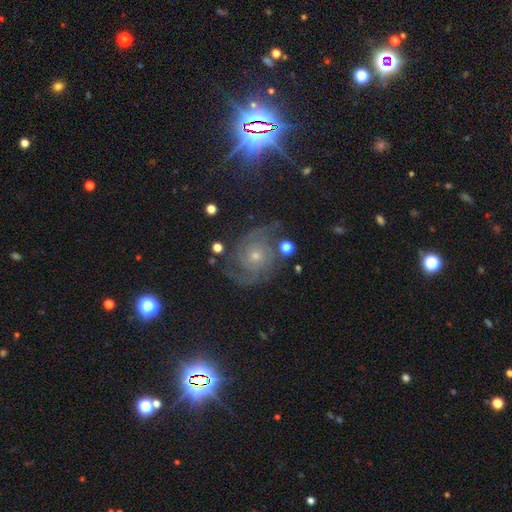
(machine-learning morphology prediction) Smooth or featured: featured or disk — 81% (star or artifact — 12%)
Edge-on disk: no — 98% (yes — 2%)
Bar: no — 79% (weak — 17%)
Spiral arms: yes — 97% (no — 3%)
Spiral winding: tight — 55% (medium — 36%)
Spiral arm count: 2 — 46% (can't tell — 19%)
Bulge size: small — 63% (moderate — 32%)
Merging: none — 72% (minor disturbance — 17%)